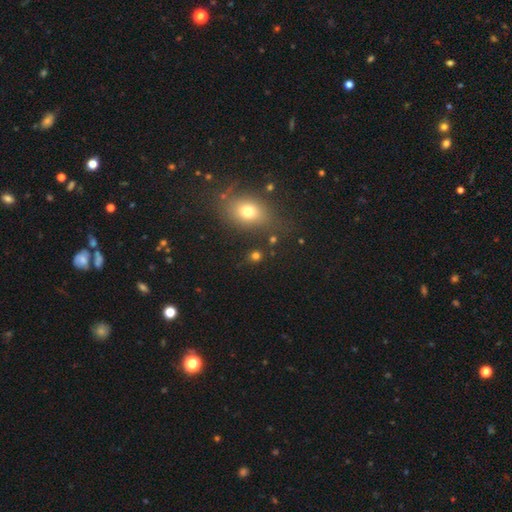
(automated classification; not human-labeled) Smooth or featured?
  - smooth: 72% *
  - star or artifact: 20%
  - featured or disk: 9%
How rounded?
  - round: 71% *
  - in between: 27%
  - cigar-shaped: 2%
Merging?
  - none: 78% *
  - minor disturbance: 10%
  - merger: 7%
  - major disturbance: 5%